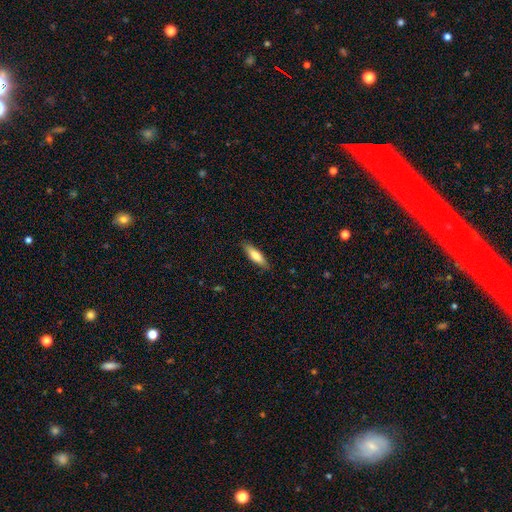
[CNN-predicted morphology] Smooth or featured: smooth — 76% (featured or disk — 18%)
How rounded: cigar-shaped — 63% (in between — 36%)
Merging: none — 87% (minor disturbance — 10%)